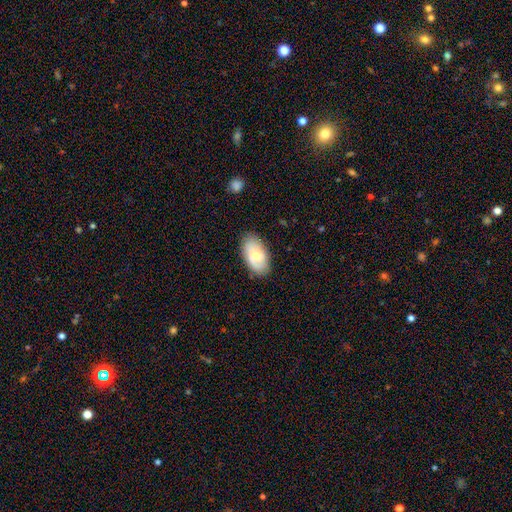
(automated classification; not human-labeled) smooth-or-featured: smooth: 65% | featured or disk: 28% | star or artifact: 6%
  how-rounded: in between: 94% | round: 5% | cigar-shaped: 2%
  merging: none: 81% | minor disturbance: 15% | major disturbance: 3% | merger: 1%